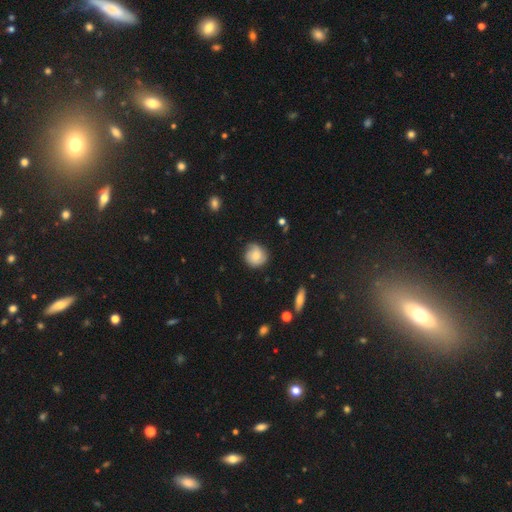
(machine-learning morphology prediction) Smooth or featured?
  - smooth: 66% *
  - featured or disk: 26%
  - star or artifact: 8%
How rounded?
  - round: 89% *
  - in between: 10%
  - cigar-shaped: 1%
Merging?
  - none: 75% *
  - minor disturbance: 20%
  - major disturbance: 4%
  - merger: 1%